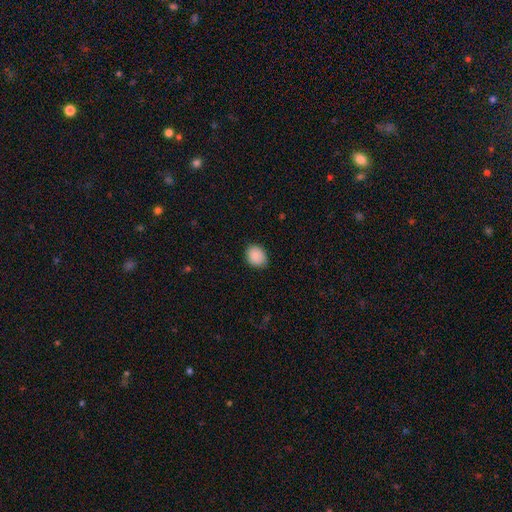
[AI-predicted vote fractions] Smooth or featured: smooth — 90% (star or artifact — 7%)
How rounded: in between — 52% (round — 47%)
Merging: none — 85% (minor disturbance — 12%)